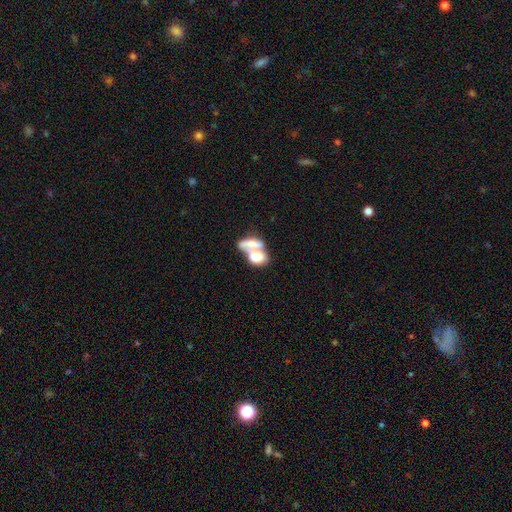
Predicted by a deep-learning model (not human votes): Smooth or featured: smooth — 61% (featured or disk — 31%)
How rounded: in between — 84% (round — 10%)
Merging: merger — 75% (none — 12%)